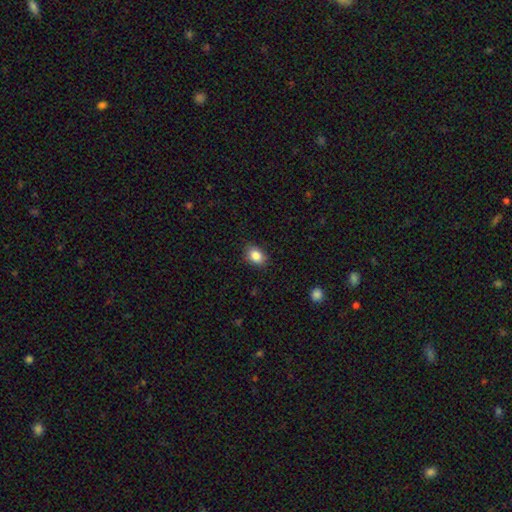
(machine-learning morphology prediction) smooth 86%, star or artifact 9%, featured or disk 5%. Down the decision tree: how rounded — in between (74%); merging — none (85%).